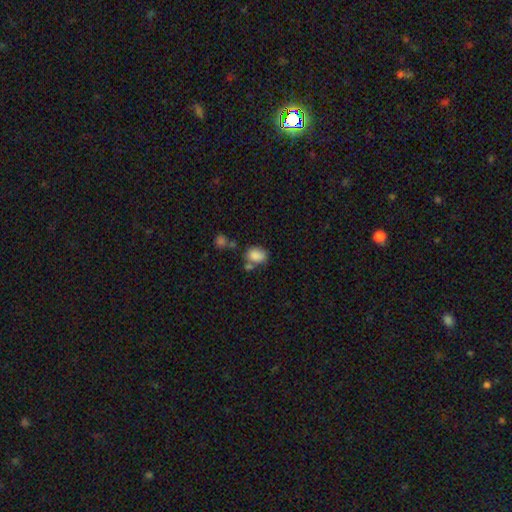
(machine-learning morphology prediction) This is clearly a smooth galaxy (83%). How rounded: likely in between (72%). Merging: possibly none (50%).